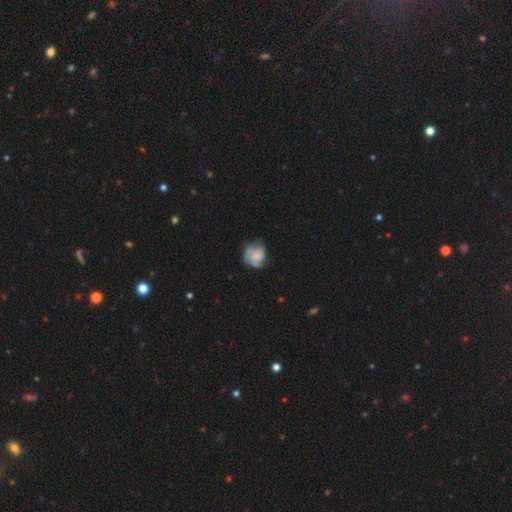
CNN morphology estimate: Smooth or featured? smooth (50%)
How rounded? round (72%)
Merging? none (57%)